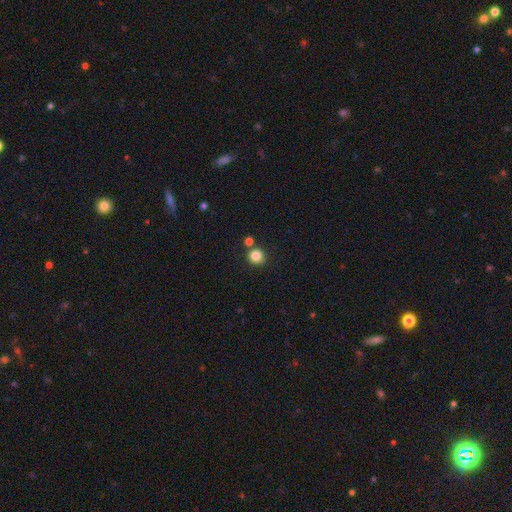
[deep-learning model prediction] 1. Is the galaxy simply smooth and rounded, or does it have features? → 84% smooth, 11% star or artifact, 5% featured or disk.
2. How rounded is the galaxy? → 91% round, 8% in between, 1% cigar-shaped.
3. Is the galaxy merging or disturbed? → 78% none, 11% merger, 8% minor disturbance, 3% major disturbance.